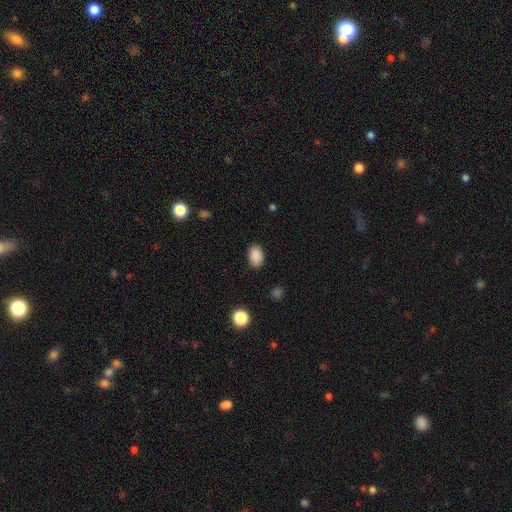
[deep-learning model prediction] Smooth or featured? smooth (89%)
How rounded? in between (86%)
Merging? none (88%)